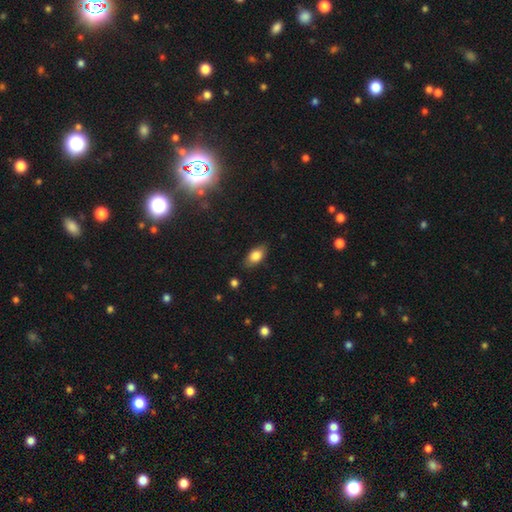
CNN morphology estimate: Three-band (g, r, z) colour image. It shows a smooth galaxy with no disk features (81%) that is in between round and cigar-shaped (89%). Merging: none (82%).